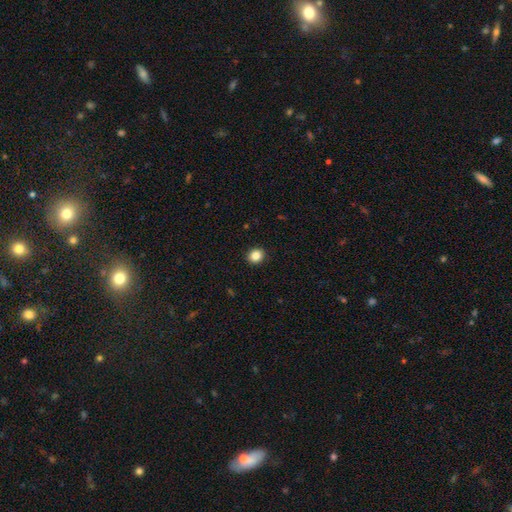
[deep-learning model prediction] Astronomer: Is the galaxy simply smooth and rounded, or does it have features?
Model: smooth — 85%.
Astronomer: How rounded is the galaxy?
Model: round — 84%.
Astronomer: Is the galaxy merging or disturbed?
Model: none — 93%.